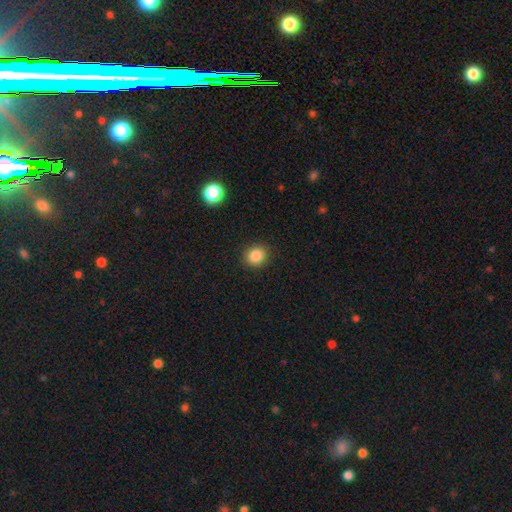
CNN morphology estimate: Smooth or featured: smooth — 86% (star or artifact — 10%)
How rounded: round — 80% (in between — 19%)
Merging: none — 91% (minor disturbance — 6%)